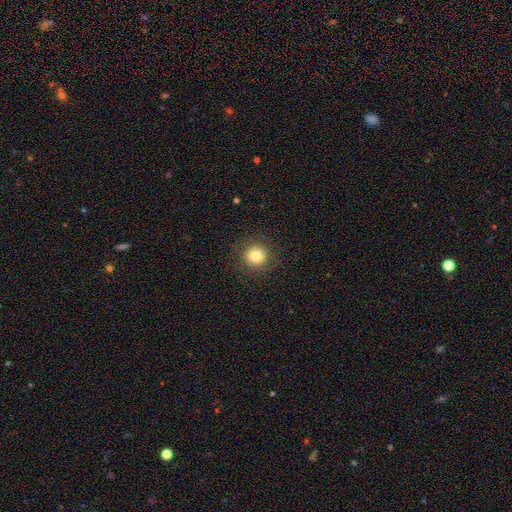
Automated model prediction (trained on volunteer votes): smooth_or_featured: smooth (p=0.80) [alt: star or artifact p=0.12]
how_rounded: round (p=0.94) [alt: in between p=0.05]
merging: none (p=0.91) [alt: minor disturbance p=0.06]